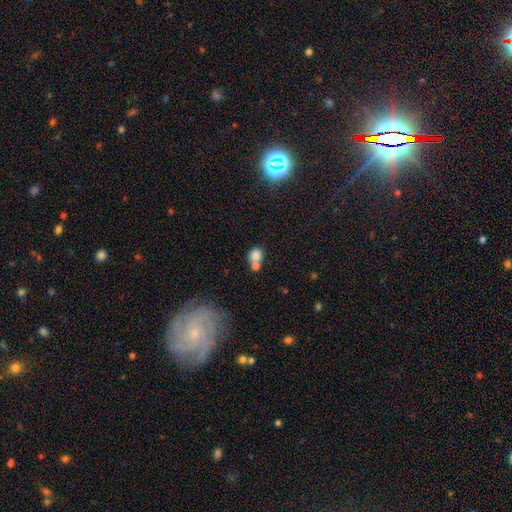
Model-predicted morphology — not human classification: The model was most divided on "merging": merger: 44%, none: 41%, minor disturbance: 10%, major disturbance: 5%. More confident: smooth or featured — smooth (80%); how rounded — round (73%).